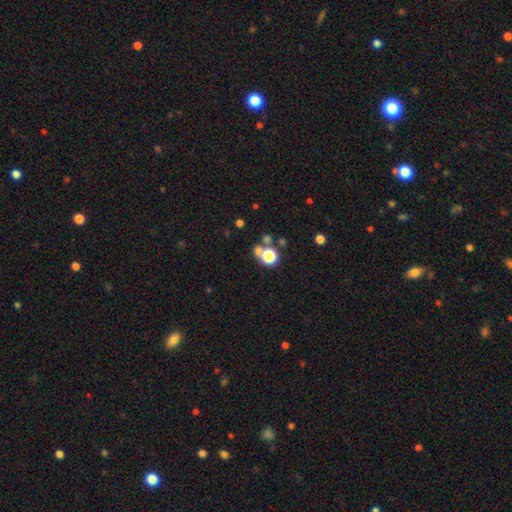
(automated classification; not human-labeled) Smooth or featured: smooth — 53% (star or artifact — 38%)
How rounded: round — 83% (in between — 15%)
Merging: none — 62% (merger — 24%)